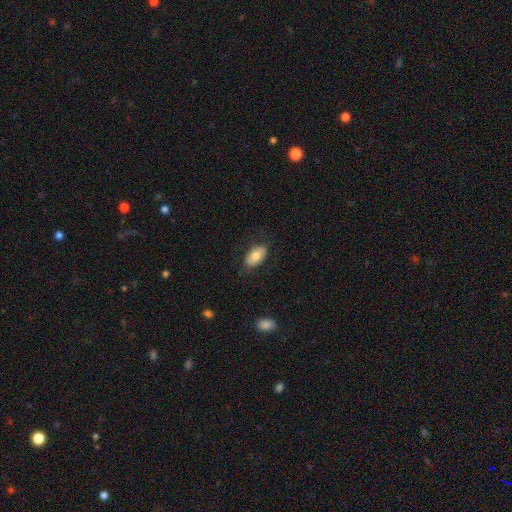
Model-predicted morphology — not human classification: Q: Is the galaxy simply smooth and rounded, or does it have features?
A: smooth — 77%.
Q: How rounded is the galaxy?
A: in between — 92%.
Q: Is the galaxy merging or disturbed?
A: none — 82%.